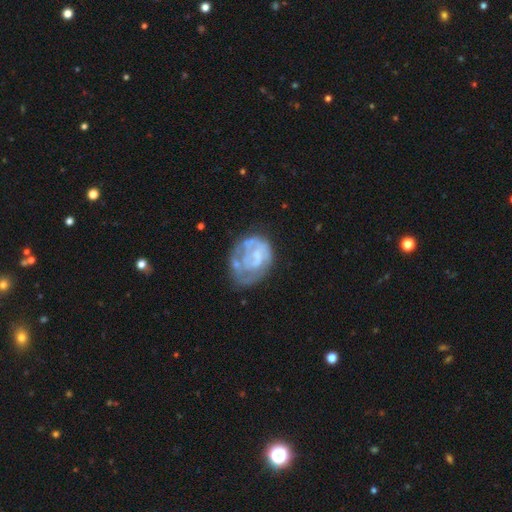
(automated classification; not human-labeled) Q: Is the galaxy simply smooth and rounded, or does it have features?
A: featured or disk — 66%.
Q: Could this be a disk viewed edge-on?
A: no — 98%.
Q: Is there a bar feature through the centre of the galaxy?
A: no — 72%.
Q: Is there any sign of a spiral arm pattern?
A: no — 56%.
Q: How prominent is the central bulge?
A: none — 48%.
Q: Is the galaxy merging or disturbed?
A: none — 41%.